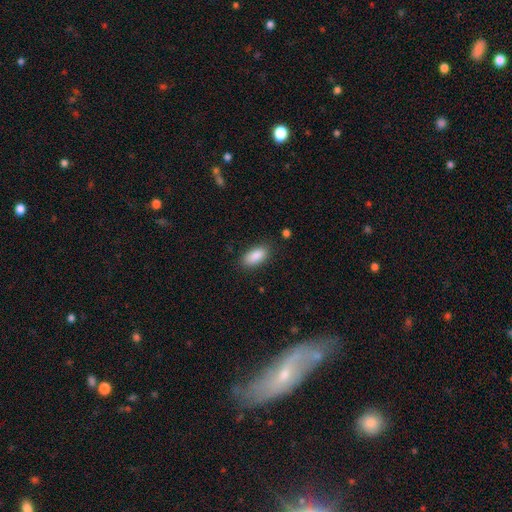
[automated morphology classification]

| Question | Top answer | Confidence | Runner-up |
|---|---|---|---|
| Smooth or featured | smooth | 89% | star or artifact (7%) |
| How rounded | in between | 90% | cigar-shaped (7%) |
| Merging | none | 85% | minor disturbance (11%) |